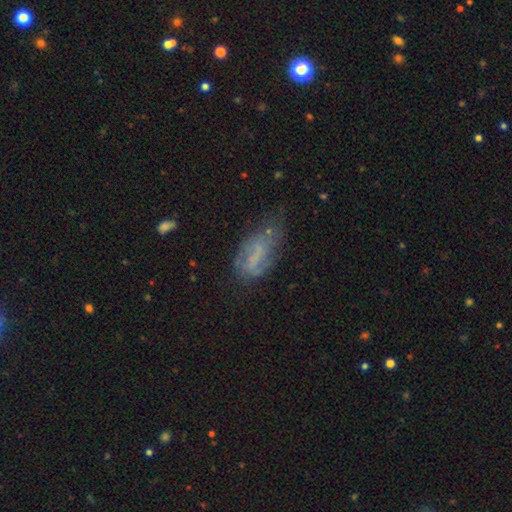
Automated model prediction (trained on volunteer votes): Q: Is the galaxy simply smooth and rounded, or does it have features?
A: smooth — 48%.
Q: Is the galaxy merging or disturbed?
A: none — 35%.